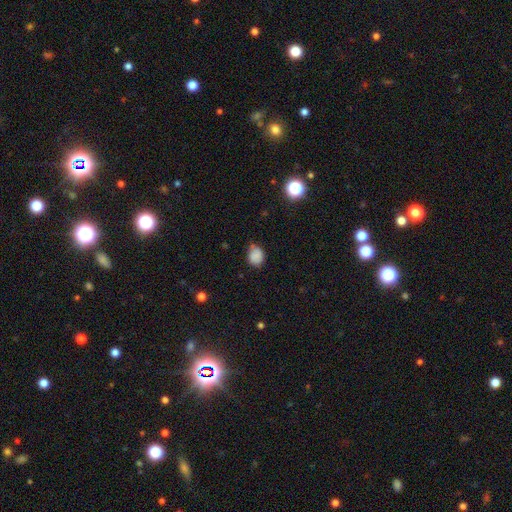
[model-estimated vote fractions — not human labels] Overall: smooth (83%). How rounded: round (54%; in between 45%). Merging: none (60%; minor disturbance 33%).